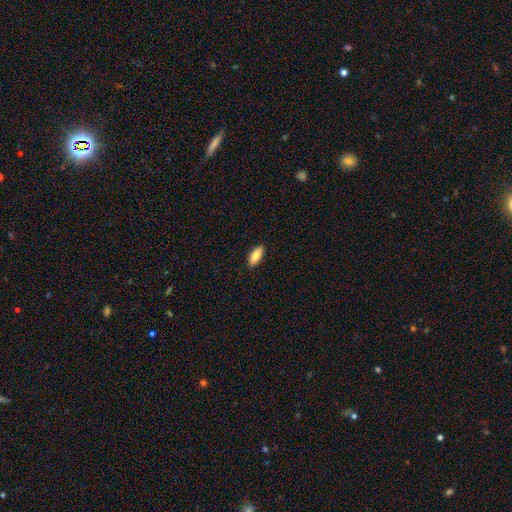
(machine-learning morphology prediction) smooth 84%, featured or disk 10%, star or artifact 6%. Down the decision tree: how rounded — in between (80%); merging — none (90%).